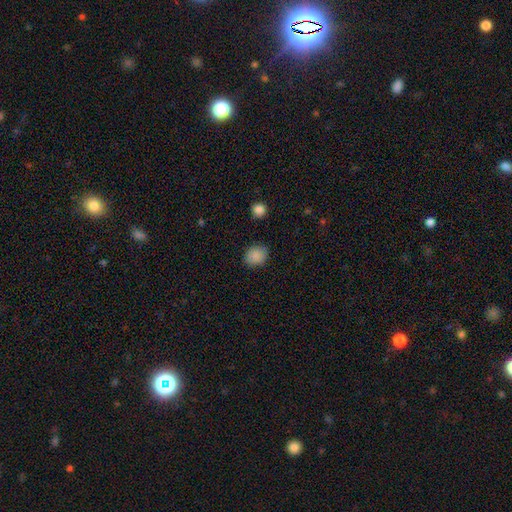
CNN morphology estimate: Smooth or featured: smooth — 87% (star or artifact — 9%)
How rounded: round — 65% (in between — 34%)
Merging: none — 84% (minor disturbance — 12%)